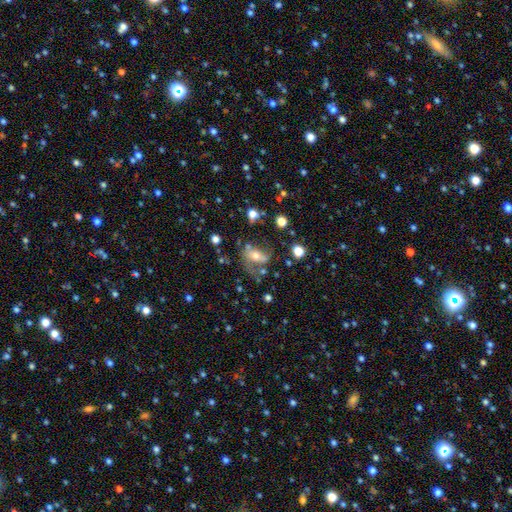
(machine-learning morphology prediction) smooth-or-featured: featured or disk: 47% | smooth: 39% | star or artifact: 14%
  merging: none: 42% | major disturbance: 26% | minor disturbance: 23% | merger: 9%